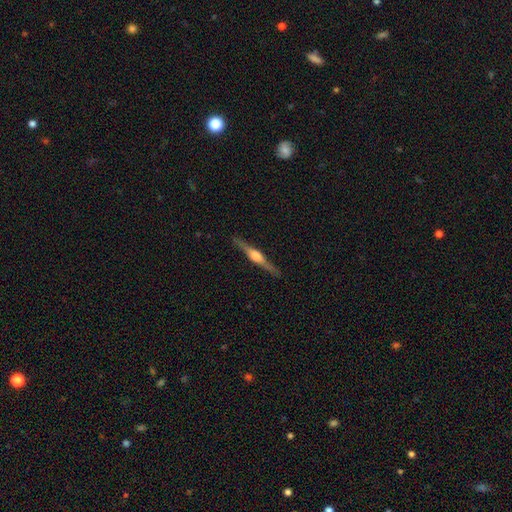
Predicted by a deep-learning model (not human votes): Smooth or featured: featured or disk — 80% (smooth — 15%)
Edge-on disk: yes — 98% (no — 2%)
Edge-on bulge: rounded — 81% (boxy — 16%)
Merging: none — 90% (minor disturbance — 7%)